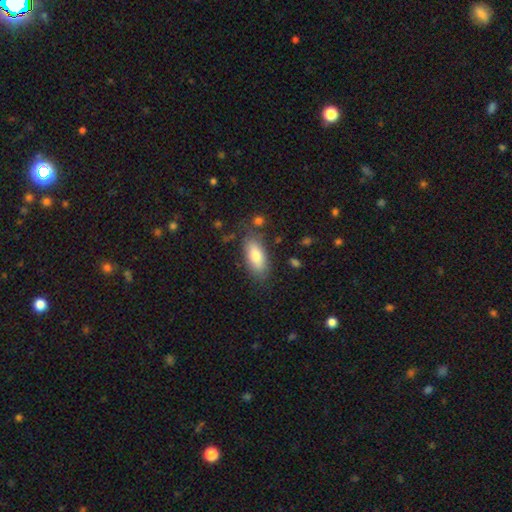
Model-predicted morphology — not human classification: This is likely a smooth galaxy (79%). How rounded: clearly in between (85%). Merging: likely none (76%).